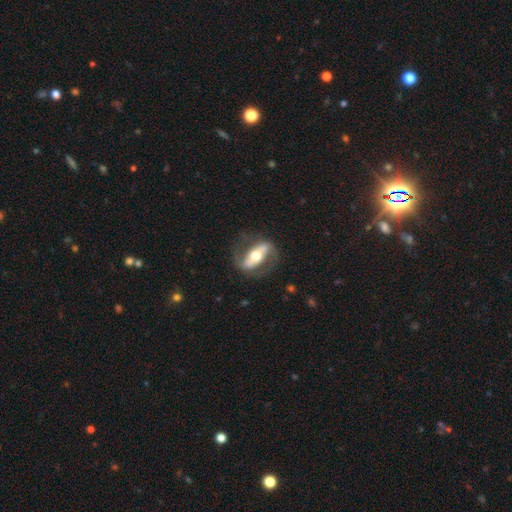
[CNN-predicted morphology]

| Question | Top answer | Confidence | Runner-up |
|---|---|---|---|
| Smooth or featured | featured or disk | 76% | smooth (19%) |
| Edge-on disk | no | 86% | yes (14%) |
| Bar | strong | 59% | no (22%) |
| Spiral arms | yes | 76% | no (24%) |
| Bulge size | moderate | 68% | large (16%) |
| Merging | none | 74% | minor disturbance (14%) |